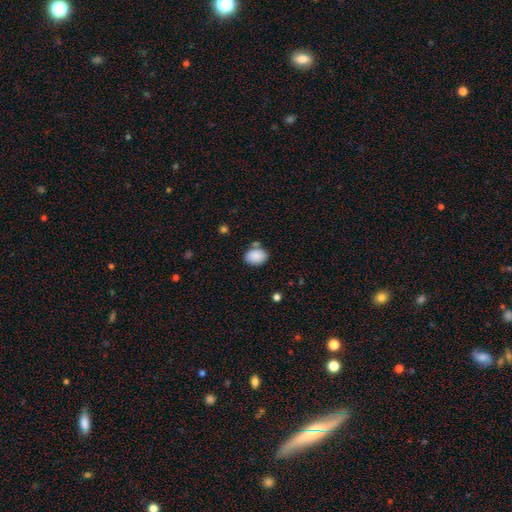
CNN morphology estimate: smooth 89%, star or artifact 7%, featured or disk 4%. Down the decision tree: how rounded — in between (73%); merging — none (73%).